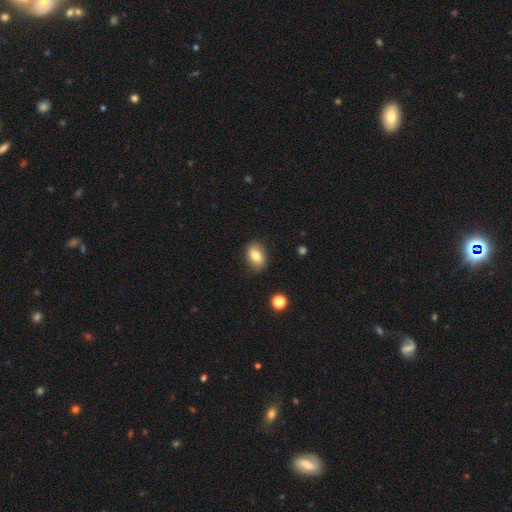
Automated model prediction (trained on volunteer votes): smooth_or_featured: smooth (p=0.80) [alt: featured or disk p=0.11]
how_rounded: in between (p=0.77) [alt: round p=0.21]
merging: none (p=0.83) [alt: minor disturbance p=0.13]